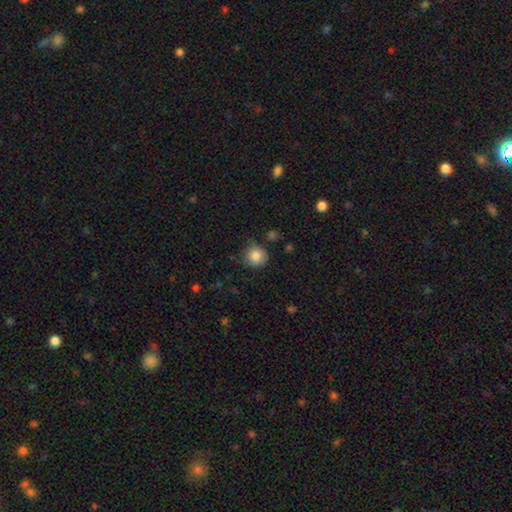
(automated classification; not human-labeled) A smooth galaxy with no disk features (84%) that is round (90%). Merging: none (73%).